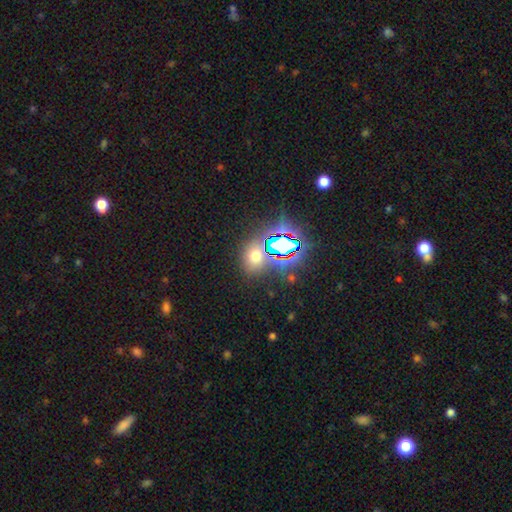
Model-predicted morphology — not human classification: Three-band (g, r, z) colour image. It shows a smooth galaxy with no disk features (50%) that is round (51%). Merging: none (75%).